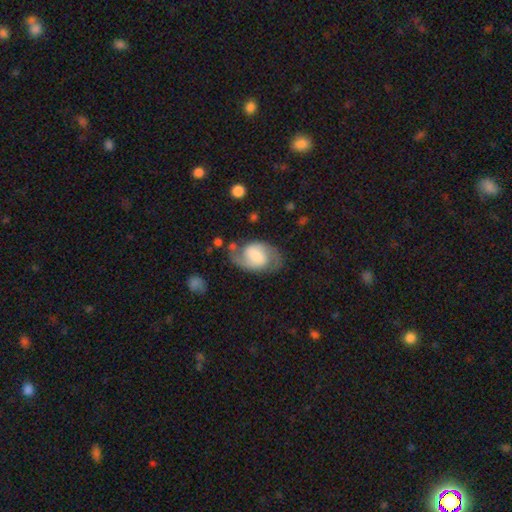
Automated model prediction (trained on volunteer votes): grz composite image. It shows a featured or disk galaxy (74%) with a weak bar (49%), 2 (90%) medium (52%) spiral arms (93%) and a moderate central bulge (34%). Merging: none (68%).